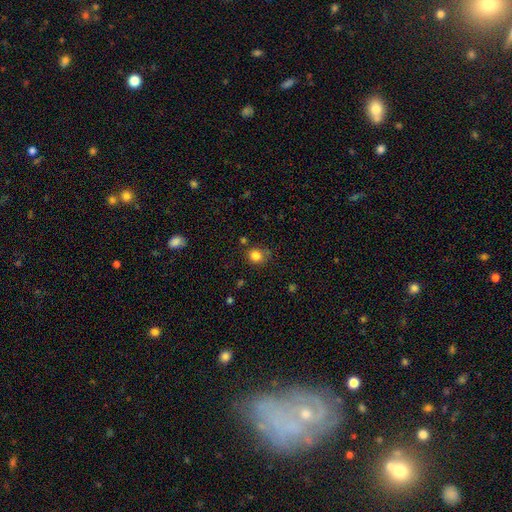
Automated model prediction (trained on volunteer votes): smooth 83%, star or artifact 12%, featured or disk 5%. Down the decision tree: how rounded — round (85%); merging — none (75%).